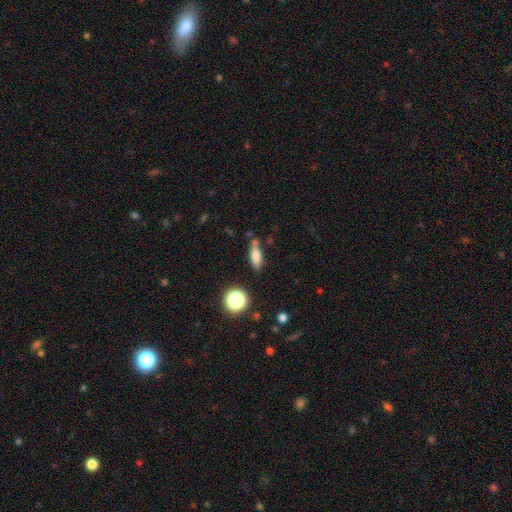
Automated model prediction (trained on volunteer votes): Morphology: type=smooth (73%); roundness=in between (55%); merging=none (64%).